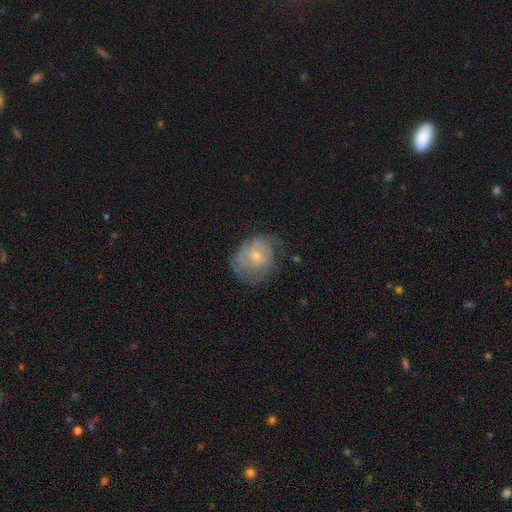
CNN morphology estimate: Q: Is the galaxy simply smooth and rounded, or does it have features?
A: featured or disk — 48%.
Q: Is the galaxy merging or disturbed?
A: none — 48%.